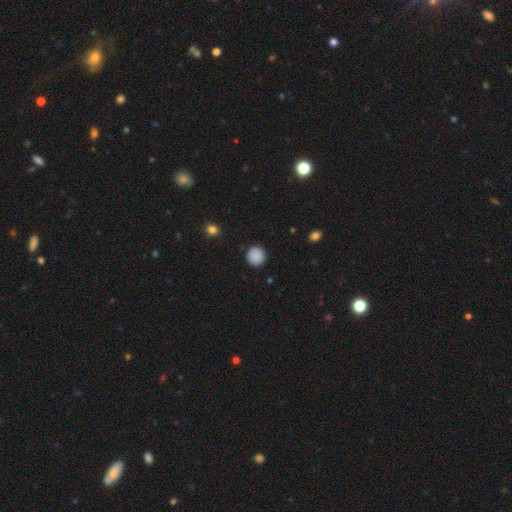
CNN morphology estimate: smooth_or_featured: smooth (p=0.88) [alt: star or artifact p=0.08]
how_rounded: round (p=0.92) [alt: in between p=0.07]
merging: none (p=0.90) [alt: minor disturbance p=0.07]